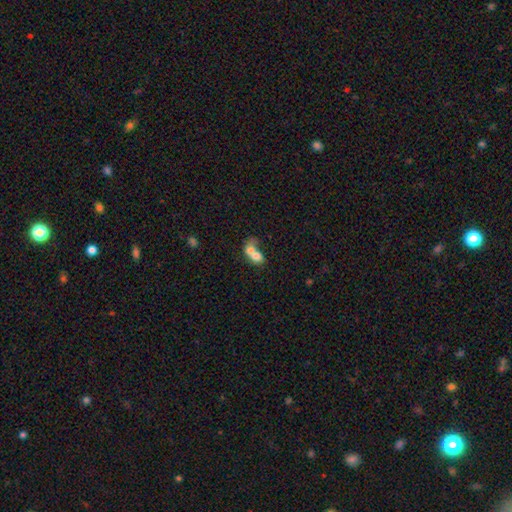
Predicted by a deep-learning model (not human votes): smooth-or-featured: smooth: 68% | featured or disk: 22% | star or artifact: 9%
  how-rounded: in between: 63% | round: 35% | cigar-shaped: 2%
  merging: merger: 77% | none: 12% | major disturbance: 6% | minor disturbance: 5%